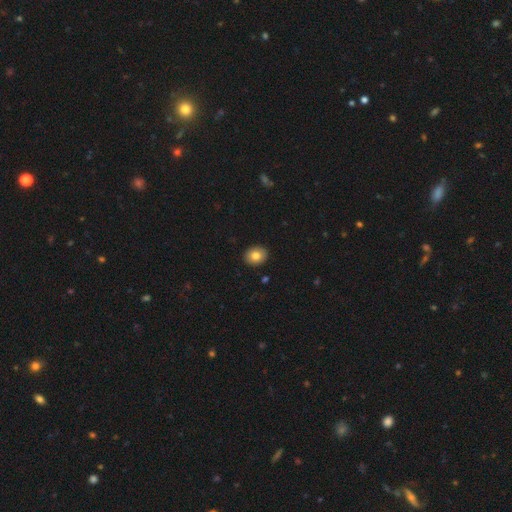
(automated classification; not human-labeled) Q: Smooth or featured?
A: smooth (81%); runner-up: featured or disk (10%)
Q: How rounded?
A: round (56%); runner-up: in between (43%)
Q: Merging?
A: none (92%); runner-up: minor disturbance (6%)